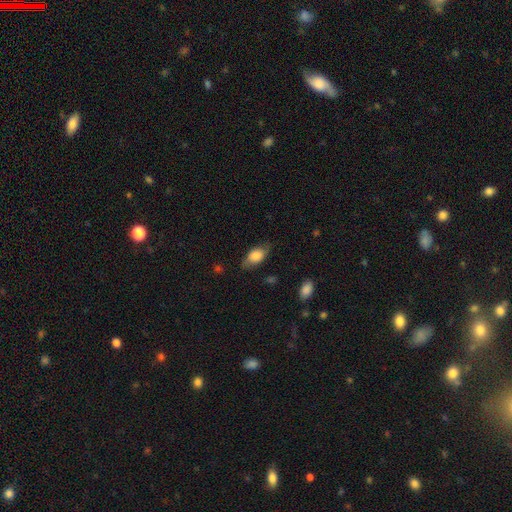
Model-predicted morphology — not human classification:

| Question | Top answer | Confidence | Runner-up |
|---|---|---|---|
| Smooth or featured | smooth | 75% | featured or disk (18%) |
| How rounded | in between | 87% | round (7%) |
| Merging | none | 74% | minor disturbance (19%) |